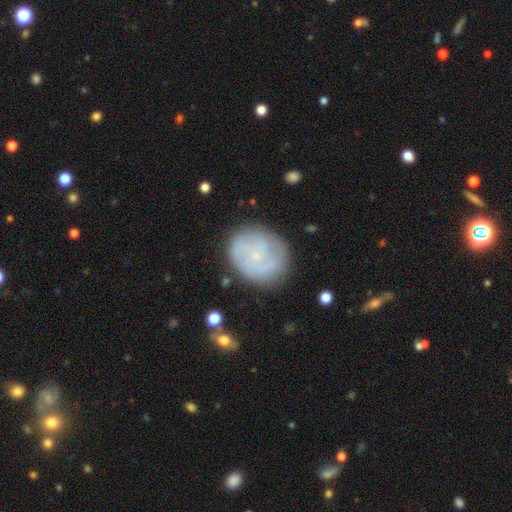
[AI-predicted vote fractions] This appears to be a featured or disk galaxy (61%) with no bar (75%), spiral arms (82%) and a small central bulge (81%). Merging: none (76%).